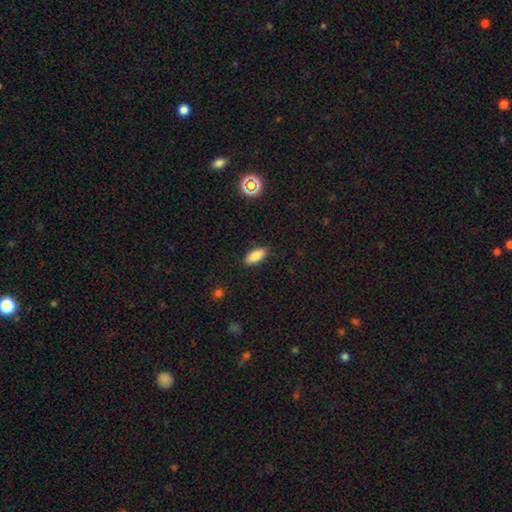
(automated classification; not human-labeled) A smooth galaxy with no disk features (86%) that is in between round and cigar-shaped (85%). Merging: none (86%).